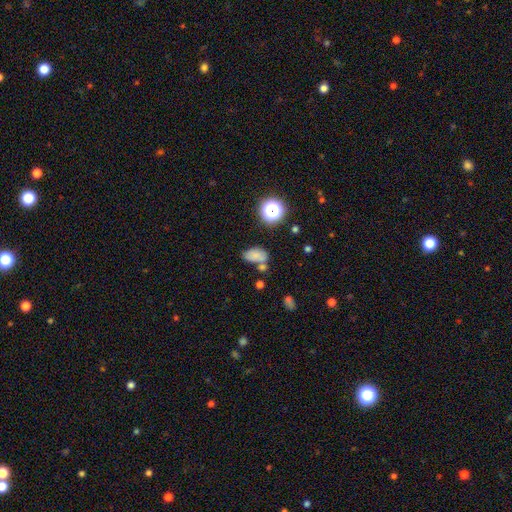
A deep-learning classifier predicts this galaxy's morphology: type=smooth (72%); roundness=in between (86%); merging=none (49%).